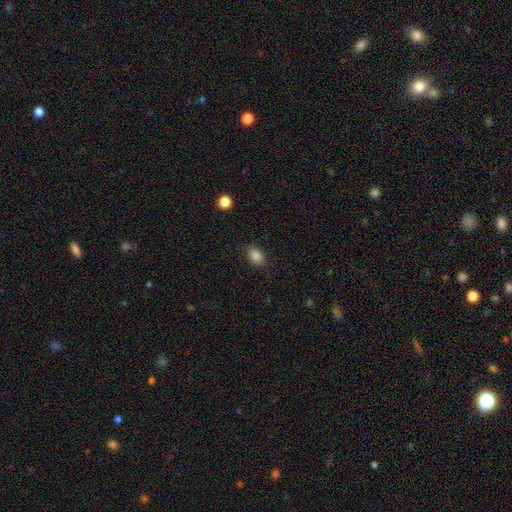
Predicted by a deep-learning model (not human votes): Smooth or featured: smooth — 86% (star or artifact — 9%)
How rounded: in between — 84% (round — 15%)
Merging: none — 83% (minor disturbance — 12%)